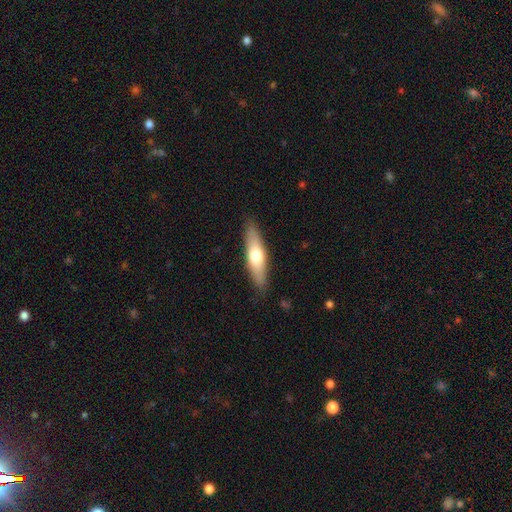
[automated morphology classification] The model was most divided on "smooth or featured": smooth: 57%, featured or disk: 38%, star or artifact: 5%. More confident: merging — none (86%); how rounded — cigar-shaped (67%).